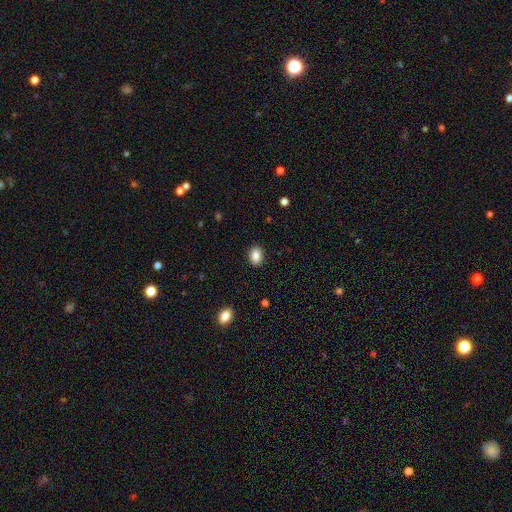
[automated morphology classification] Overall: smooth (87%). How rounded: in between (72%). Merging: none (89%).